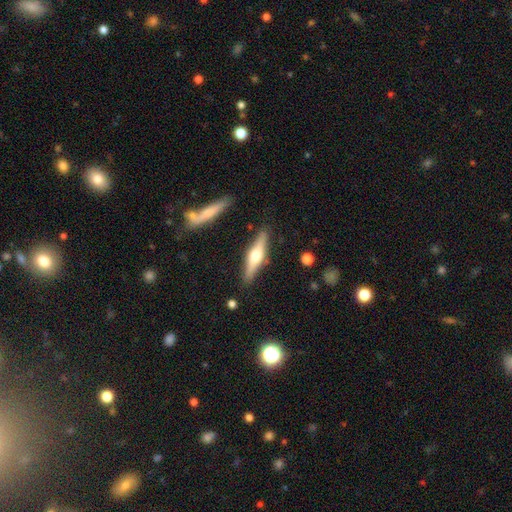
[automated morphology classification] Smooth or featured: featured or disk — 60% (smooth — 34%)
Edge-on disk: yes — 95% (no — 5%)
Edge-on bulge: rounded — 93% (boxy — 5%)
Merging: none — 86% (minor disturbance — 9%)